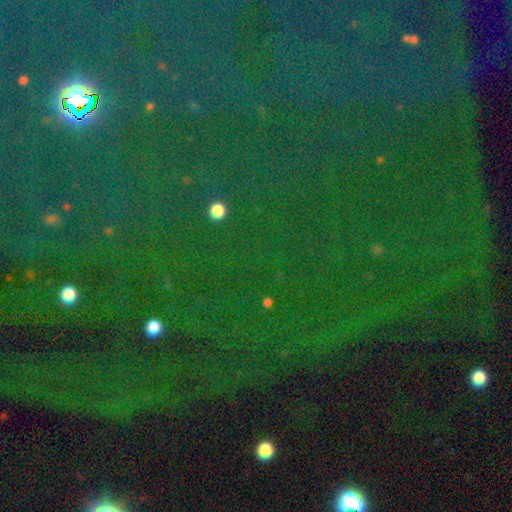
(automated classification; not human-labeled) star or artifact 83%, smooth 10%, featured or disk 7%.